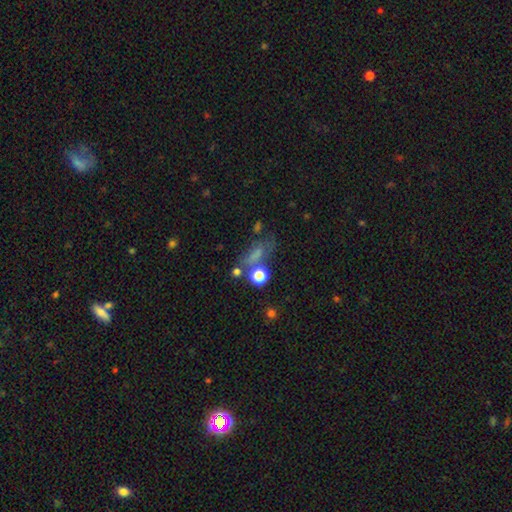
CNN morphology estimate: Smooth or featured?
  - smooth: 54% *
  - star or artifact: 26%
  - featured or disk: 20%
How rounded?
  - in between: 53% *
  - round: 27%
  - cigar-shaped: 20%
Merging?
  - none: 45% *
  - major disturbance: 20%
  - minor disturbance: 19%
  - merger: 16%